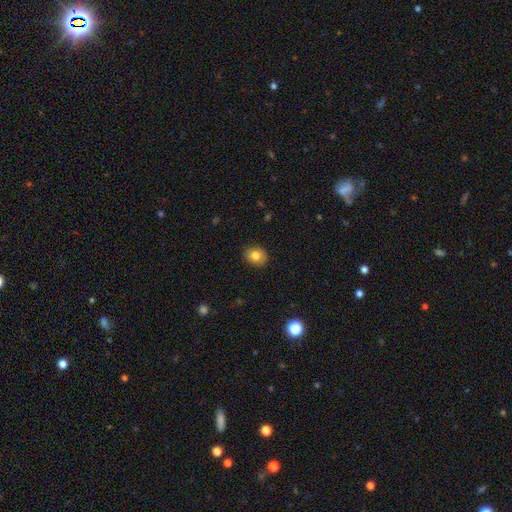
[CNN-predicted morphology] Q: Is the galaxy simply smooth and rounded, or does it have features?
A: smooth — 81%.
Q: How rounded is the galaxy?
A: round — 62%.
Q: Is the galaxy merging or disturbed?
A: none — 90%.